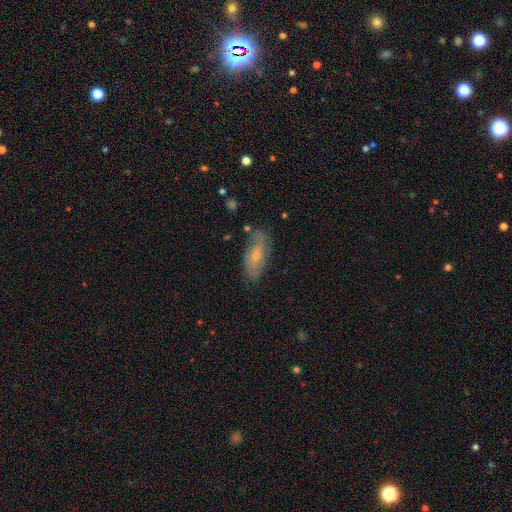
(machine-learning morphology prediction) featured or disk 53%, smooth 38%, star or artifact 9%. Down the decision tree: edge-on disk — no (81%); merging — none (73%).